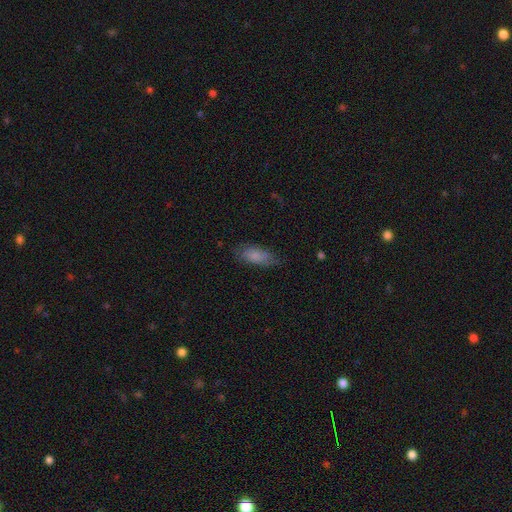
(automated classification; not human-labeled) Smooth or featured? Predicted: smooth (p=0.79). How rounded? Predicted: in between (p=0.80). Merging? Predicted: none (p=0.72).